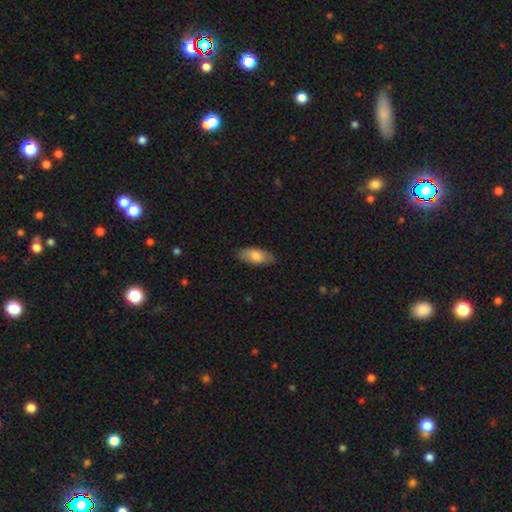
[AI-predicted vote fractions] Smooth or featured: smooth — 76% (featured or disk — 18%)
How rounded: in between — 88% (cigar-shaped — 9%)
Merging: none — 79% (minor disturbance — 16%)